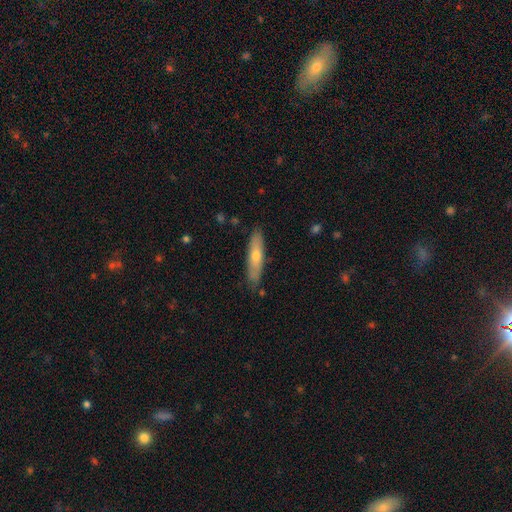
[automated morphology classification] Smooth or featured? Predicted: smooth (p=0.58). How rounded? Predicted: cigar-shaped (p=0.78). Merging? Predicted: none (p=0.84).